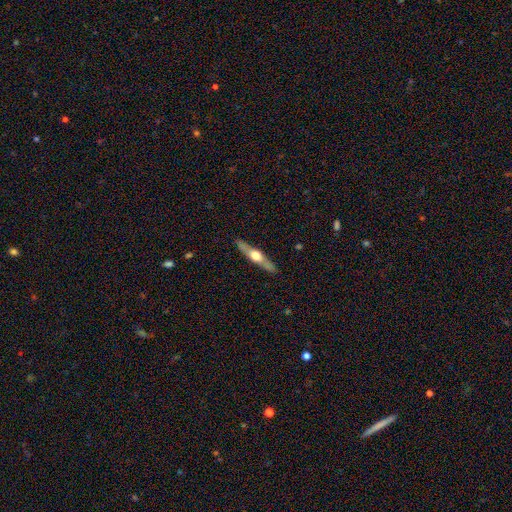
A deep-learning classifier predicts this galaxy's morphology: Q: Smooth or featured?
A: featured or disk (64%); runner-up: smooth (31%)
Q: Edge-on disk?
A: yes (93%); runner-up: no (7%)
Q: Edge-on bulge?
A: rounded (93%); runner-up: boxy (4%)
Q: Merging?
A: none (88%); runner-up: minor disturbance (9%)